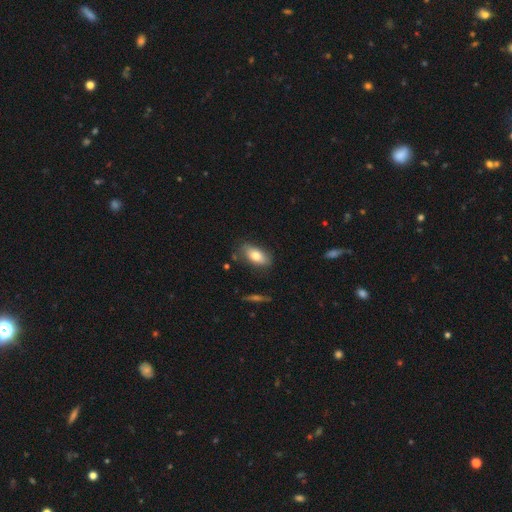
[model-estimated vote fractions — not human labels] Smooth or featured? smooth (75%)
How rounded? in between (89%)
Merging? none (77%)